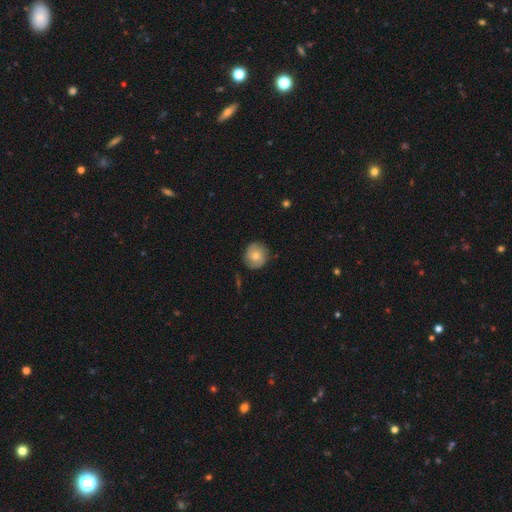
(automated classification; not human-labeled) This appears to be a smooth galaxy with no disk features (70%) that is round (88%). Merging: none (82%).